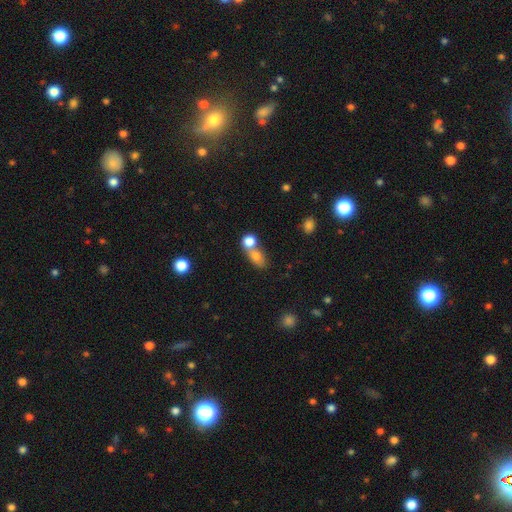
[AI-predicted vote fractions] Morphology: type=smooth (76%); roundness=in between (57%); merging=merger (62%).